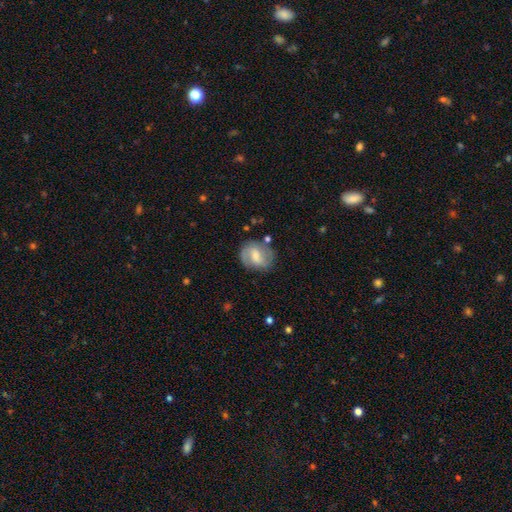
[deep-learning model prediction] A featured or disk galaxy (61%) with a weak bar (55%), 2 (79%) medium (48%) spiral arms (85%) and a moderate central bulge (47%).

Vote fractions:
- Smooth or featured? featured or disk: 61% / smooth: 32% / star or artifact: 7%
- Edge-on disk? no: 97% / yes: 3%
- Bar? weak: 55% / no: 24% / strong: 21%
- Spiral arms? yes: 85% / no: 15%
- Spiral winding? medium: 48% / loose: 26% / tight: 26%
- Spiral arm count? 2: 79% / can't tell: 11% / 1: 5% / 3: 3% / 4: 1% / more than 4: 1%
- Bulge size? moderate: 47% / small: 32% / large: 10% / none: 10% / dominant: 2%
- Merging? none: 72% / minor disturbance: 18% / major disturbance: 7% / merger: 3%